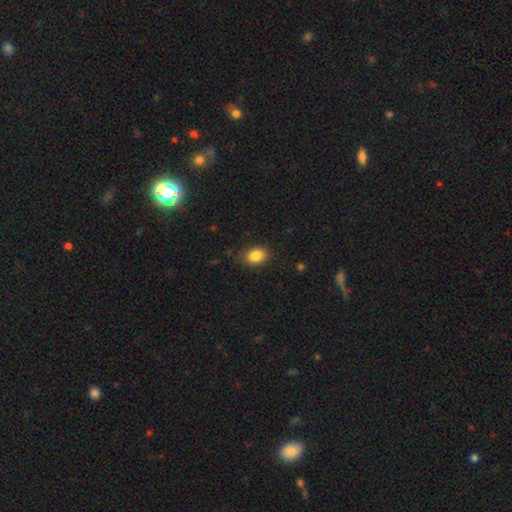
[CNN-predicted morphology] type=smooth (85%); roundness=in between (76%); merging=none (83%).